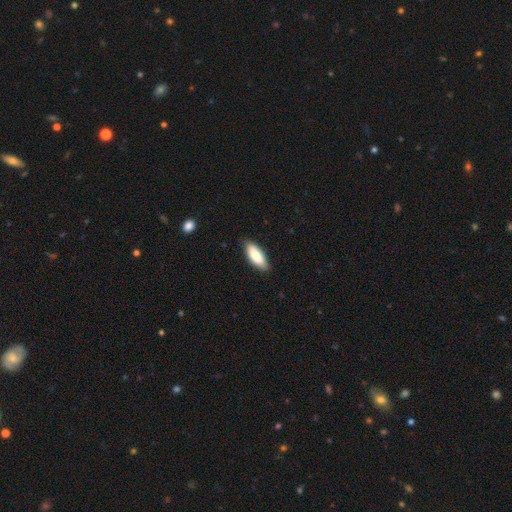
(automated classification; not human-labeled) The model was most divided on "how rounded": in between: 75%, cigar-shaped: 23%, round: 2%. More confident: smooth or featured — smooth (86%); merging — none (85%).